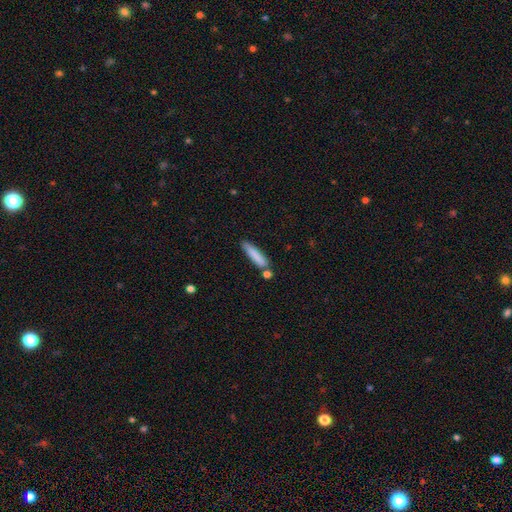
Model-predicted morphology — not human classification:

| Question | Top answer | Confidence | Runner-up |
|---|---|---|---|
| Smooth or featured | smooth | 82% | featured or disk (12%) |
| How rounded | cigar-shaped | 87% | in between (12%) |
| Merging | none | 73% | minor disturbance (14%) |